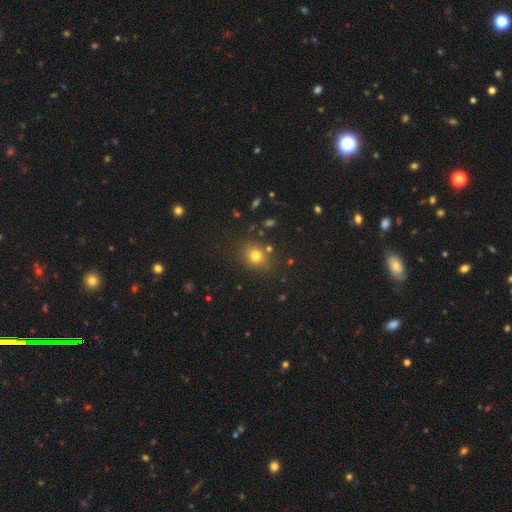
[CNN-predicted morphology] Smooth or featured? Predicted: smooth (p=0.76). How rounded? Predicted: round (p=0.72). Merging? Predicted: none (p=0.81).